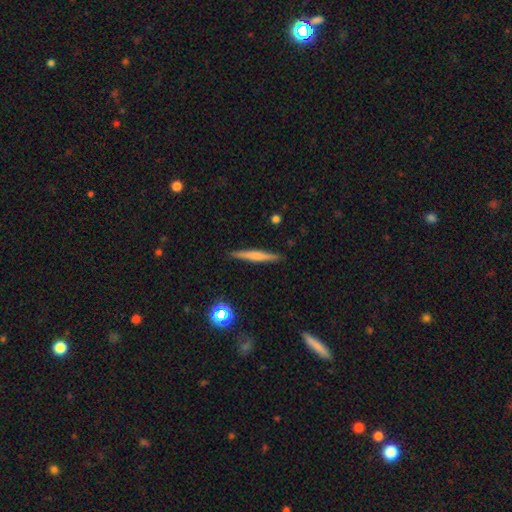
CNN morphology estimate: This appears to be a smooth galaxy with no disk features (53%) that is cigar-shaped (94%). Merging: none (90%).